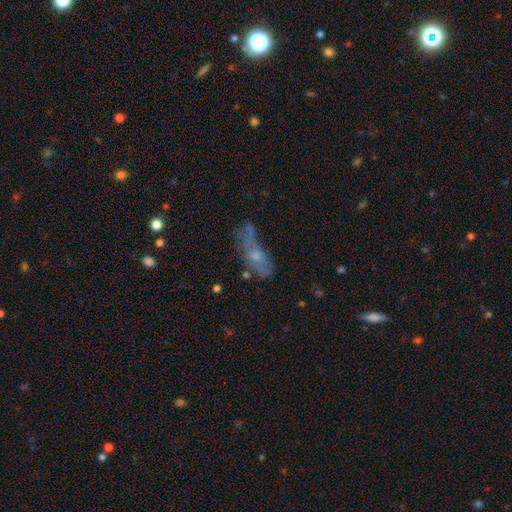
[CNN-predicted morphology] A smooth galaxy with no disk features (47%). Merging: none (32%).